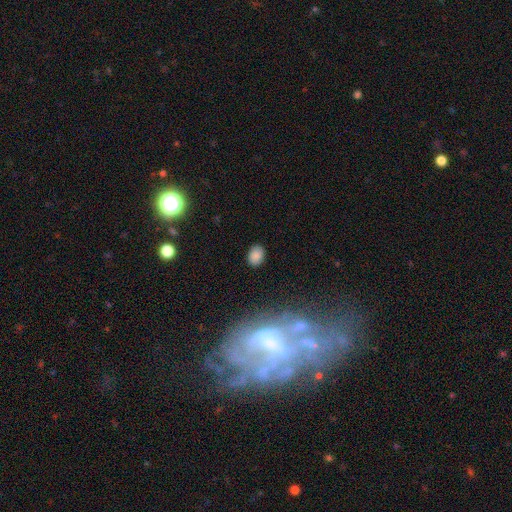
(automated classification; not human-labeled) Smooth or featured? Predicted: smooth (p=0.84). How rounded? Predicted: in between (p=0.70). Merging? Predicted: none (p=0.86).